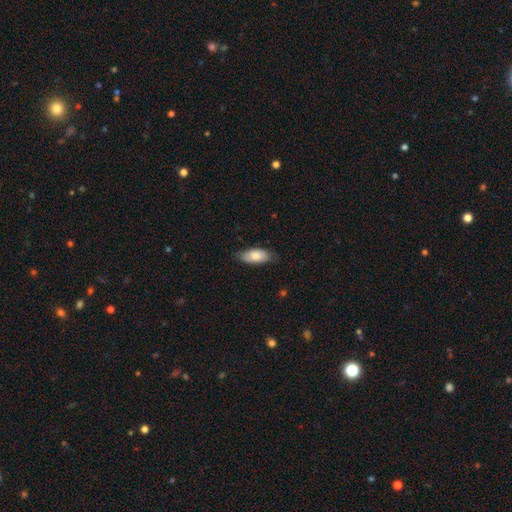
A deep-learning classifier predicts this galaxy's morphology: type=smooth (80%); roundness=in between (88%); merging=none (77%).